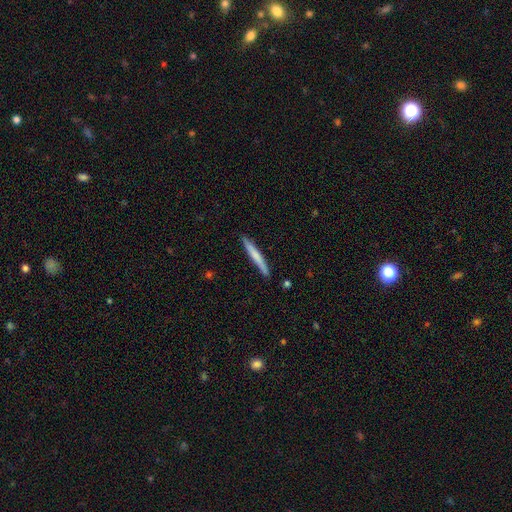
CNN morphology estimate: This appears to be a smooth galaxy with no disk features (62%) that is cigar-shaped (96%). Merging: none (89%).